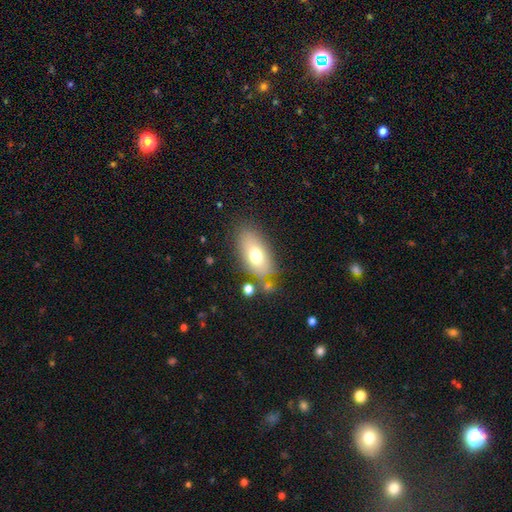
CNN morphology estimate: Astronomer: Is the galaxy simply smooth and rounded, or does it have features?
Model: smooth — 70%.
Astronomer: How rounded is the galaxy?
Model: in between — 87%.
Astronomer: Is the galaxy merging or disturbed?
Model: none — 72%.